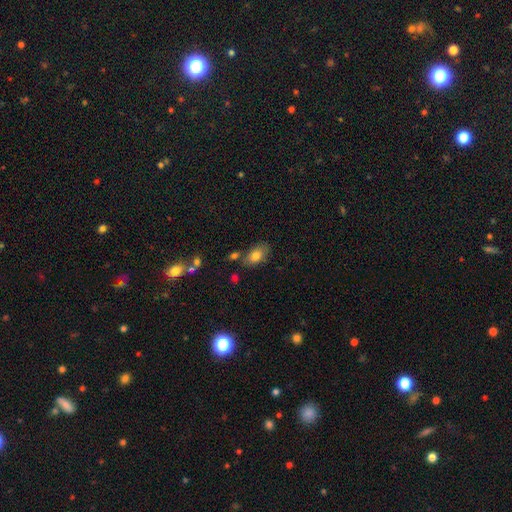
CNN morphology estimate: smooth-or-featured: smooth: 79% | featured or disk: 12% | star or artifact: 9%
  how-rounded: in between: 89% | round: 9% | cigar-shaped: 2%
  merging: none: 69% | minor disturbance: 17% | merger: 10% | major disturbance: 4%